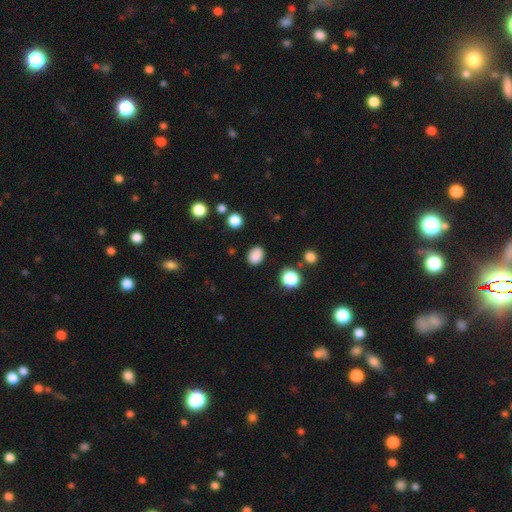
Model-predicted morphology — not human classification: Overall: smooth (85%). How rounded: in between (61%; round 38%). Merging: none (85%).